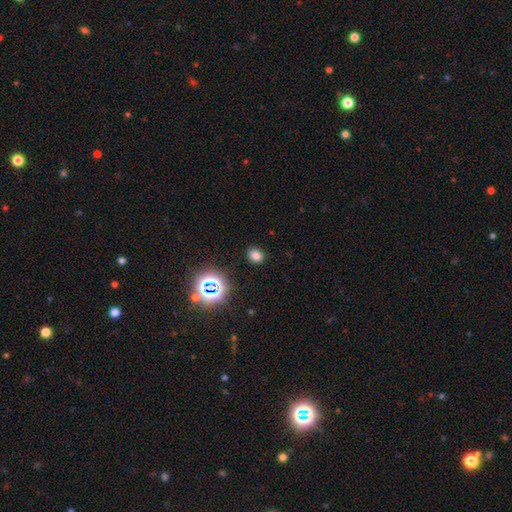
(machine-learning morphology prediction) This appears to be a smooth galaxy with no disk features (73%) that is in between round and cigar-shaped (53%). Merging: none (88%).